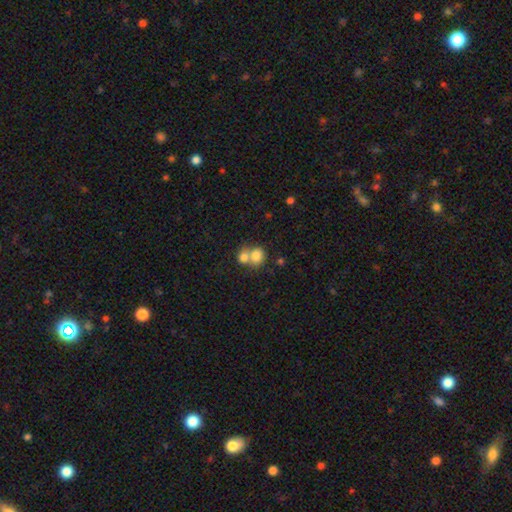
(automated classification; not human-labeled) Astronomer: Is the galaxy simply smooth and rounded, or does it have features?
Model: smooth — 77%.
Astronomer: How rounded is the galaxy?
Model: round — 62%.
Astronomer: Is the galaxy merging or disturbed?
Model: merger — 67%.